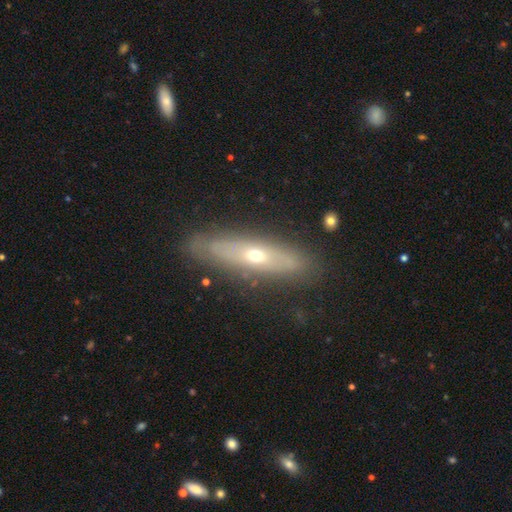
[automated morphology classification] Smooth or featured: featured or disk — 56% (smooth — 36%)
Edge-on disk: yes — 52% (no — 48%)
Merging: none — 80% (minor disturbance — 14%)